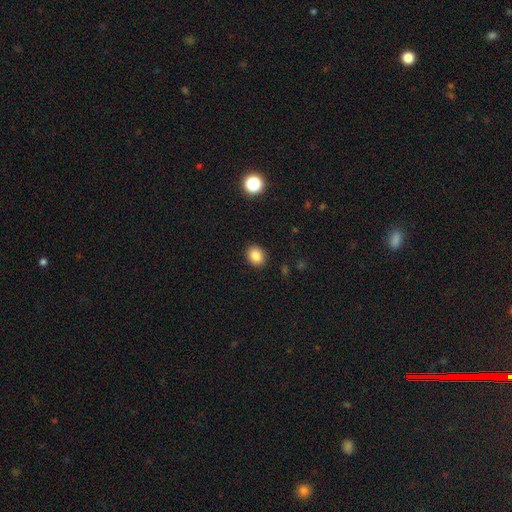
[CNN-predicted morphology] smooth-or-featured: smooth: 85% | star or artifact: 10% | featured or disk: 5%
  how-rounded: round: 60% | in between: 39% | cigar-shaped: 1%
  merging: none: 90% | minor disturbance: 7% | major disturbance: 2% | merger: 1%